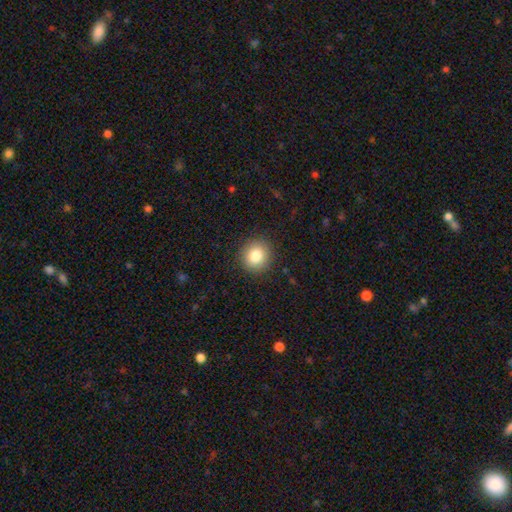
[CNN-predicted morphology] Smooth or featured? Predicted: smooth (p=0.84). How rounded? Predicted: round (p=0.90). Merging? Predicted: none (p=0.90).